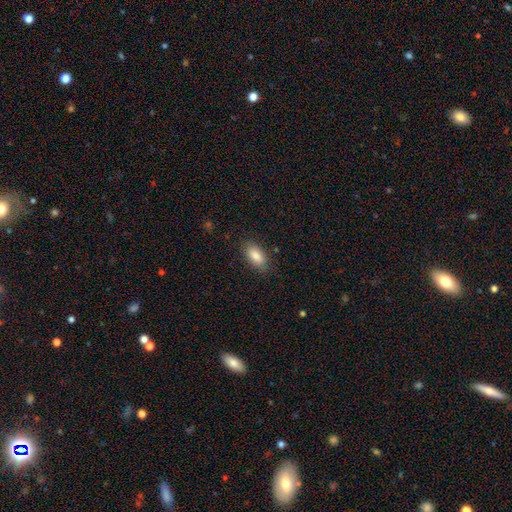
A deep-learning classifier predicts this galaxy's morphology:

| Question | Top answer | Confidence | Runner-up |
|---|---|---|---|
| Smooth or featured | smooth | 85% | featured or disk (8%) |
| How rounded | in between | 90% | cigar-shaped (7%) |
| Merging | none | 84% | minor disturbance (12%) |